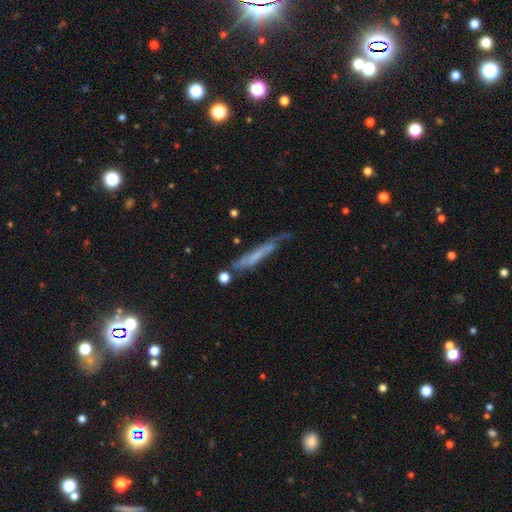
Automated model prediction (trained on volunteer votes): featured or disk 46%, smooth 43%, star or artifact 11%. Down the decision tree: merging — none (45%).